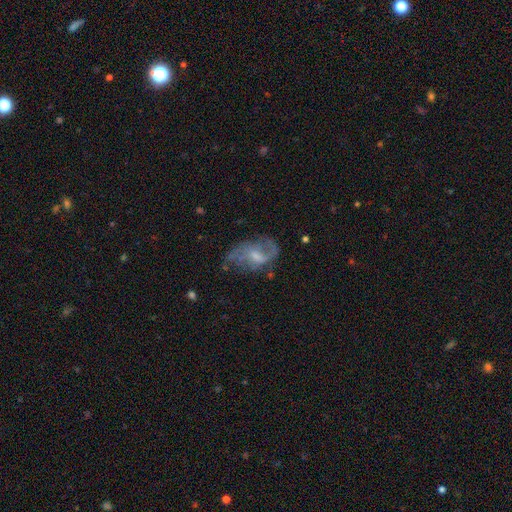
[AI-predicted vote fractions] A featured or disk galaxy (71%) with a weak bar (53%), 2 (62%) loose (55%) spiral arms (81%) and a small central bulge (45%). Merging: none (47%).